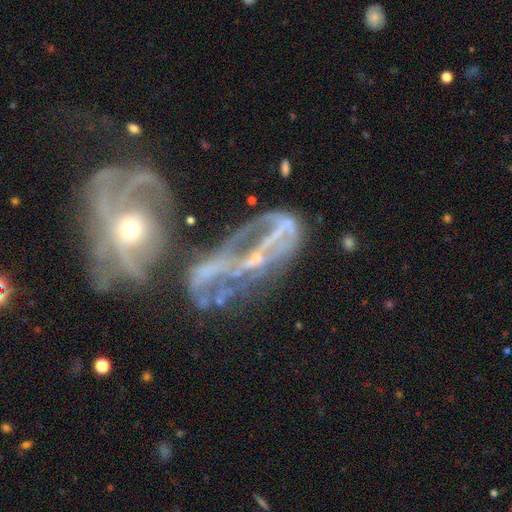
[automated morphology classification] The model was most divided on "bar": no: 49%, weak: 28%, strong: 23%. More confident: edge-on disk — no (91%); smooth or featured — featured or disk (76%); spiral arms — yes (66%); bulge size — small (55%); merging — merger (53%).